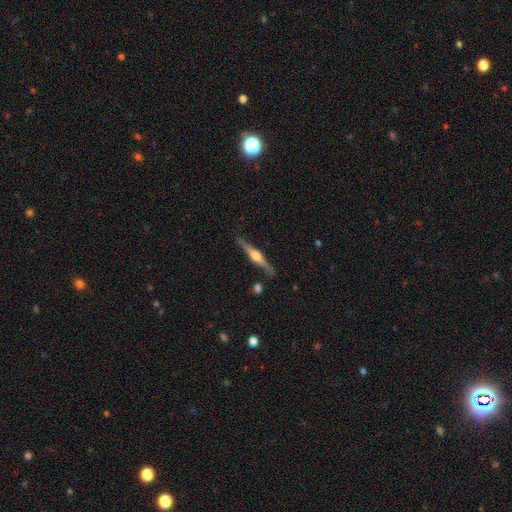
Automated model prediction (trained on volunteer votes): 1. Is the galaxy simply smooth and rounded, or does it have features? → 80% featured or disk, 15% smooth, 5% star or artifact.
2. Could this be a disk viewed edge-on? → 98% yes, 2% no.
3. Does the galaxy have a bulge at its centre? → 92% rounded, 6% boxy, 2% none.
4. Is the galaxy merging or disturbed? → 85% none, 10% minor disturbance, 3% merger, 2% major disturbance.